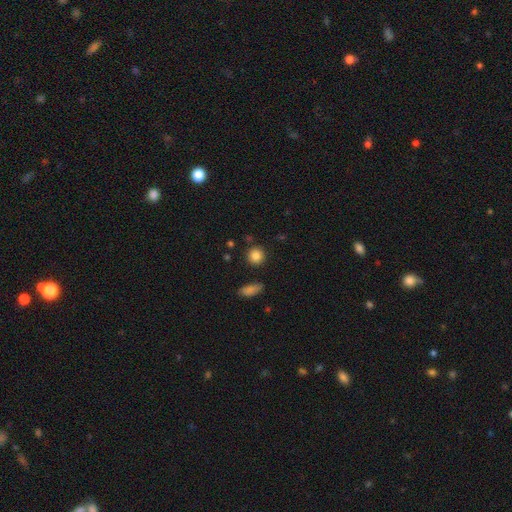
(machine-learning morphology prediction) This is clearly a smooth galaxy (85%). How rounded: clearly round (88%). Merging: clearly none (86%).